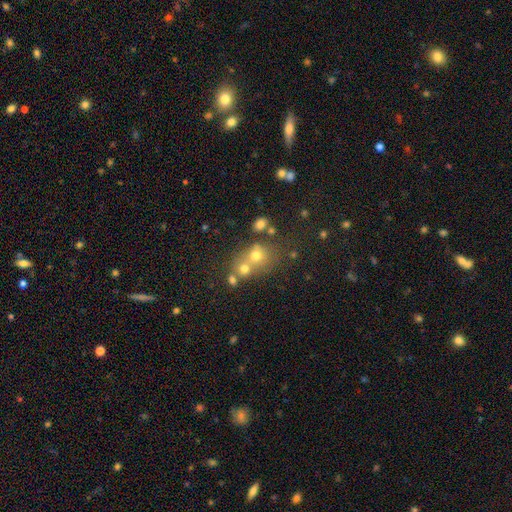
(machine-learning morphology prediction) Smooth or featured: smooth — 61% (star or artifact — 21%)
How rounded: round — 73% (in between — 26%)
Merging: merger — 46% (none — 41%)